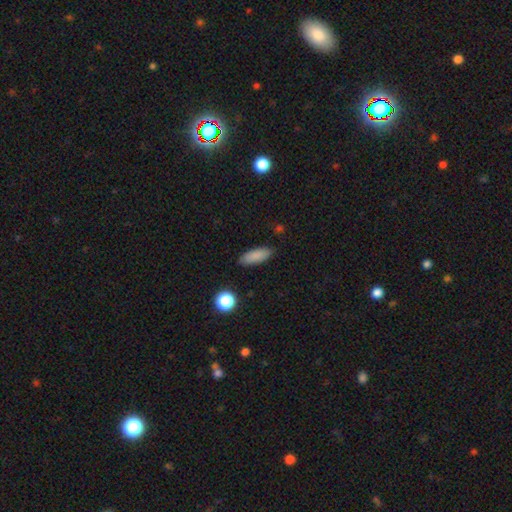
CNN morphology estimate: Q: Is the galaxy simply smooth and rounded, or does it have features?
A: smooth — 86%.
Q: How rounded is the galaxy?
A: in between — 67%.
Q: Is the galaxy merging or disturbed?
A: none — 86%.